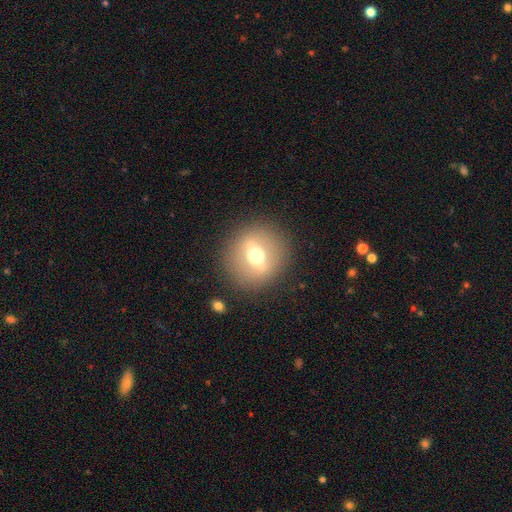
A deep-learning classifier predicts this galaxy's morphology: Smooth or featured: featured or disk — 59% (smooth — 31%)
Edge-on disk: no — 57% (yes — 43%)
Merging: none — 87% (minor disturbance — 7%)